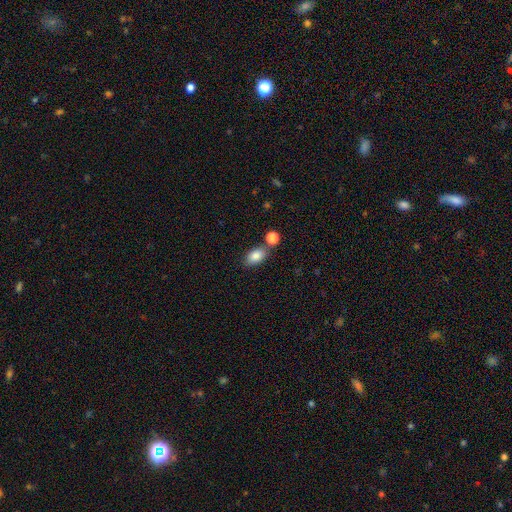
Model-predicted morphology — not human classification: smooth 84%, star or artifact 8%, featured or disk 8%. Down the decision tree: how rounded — in between (87%); merging — none (63%).